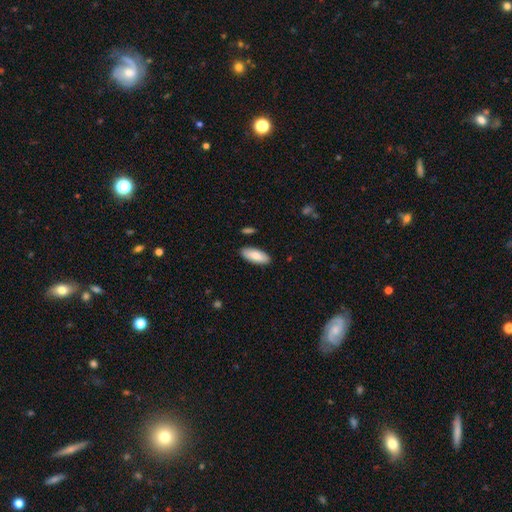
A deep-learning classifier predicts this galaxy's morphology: A smooth galaxy with no disk features (81%) that is in between round and cigar-shaped (83%).

Vote fractions:
- Smooth or featured? smooth: 81% / featured or disk: 13% / star or artifact: 6%
- How rounded? in between: 83% / cigar-shaped: 15% / round: 2%
- Merging? none: 87% / minor disturbance: 9% / merger: 2% / major disturbance: 2%